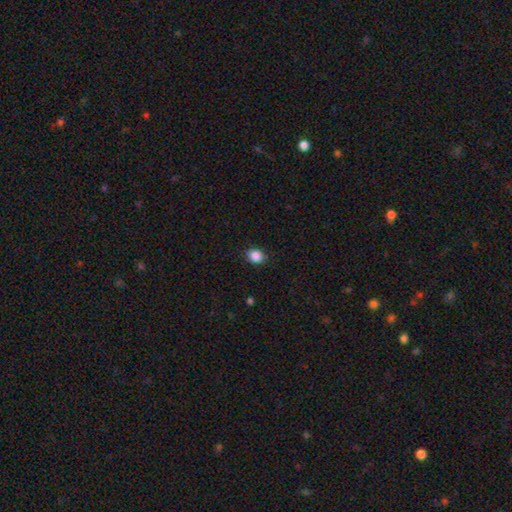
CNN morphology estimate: type=smooth (87%); roundness=round (60%); merging=none (88%).